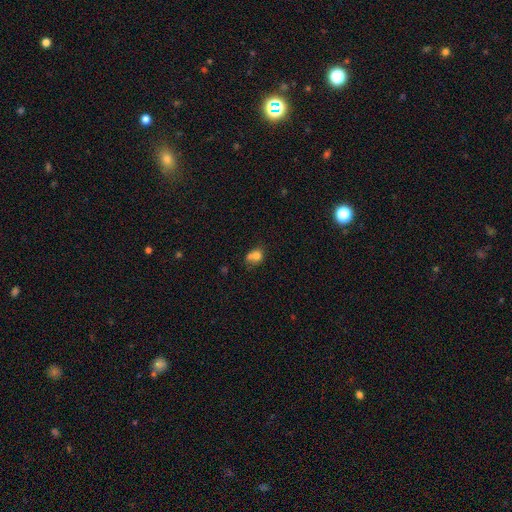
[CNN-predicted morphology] Smooth or featured: smooth — 73% (featured or disk — 16%)
How rounded: round — 60% (in between — 39%)
Merging: merger — 49% (none — 30%)